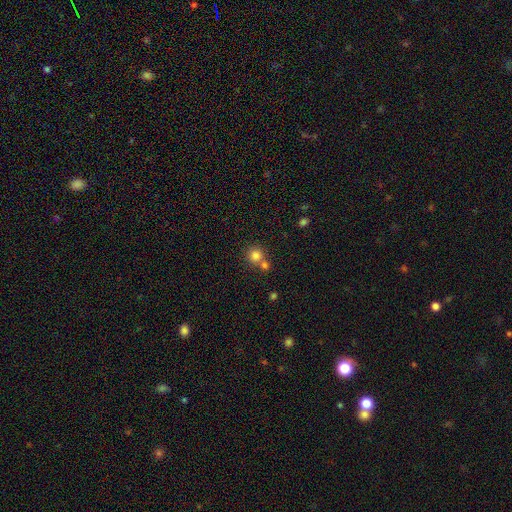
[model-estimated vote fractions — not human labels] This is likely a smooth galaxy (80%). How rounded: clearly round (91%). Merging: possibly none (54%).